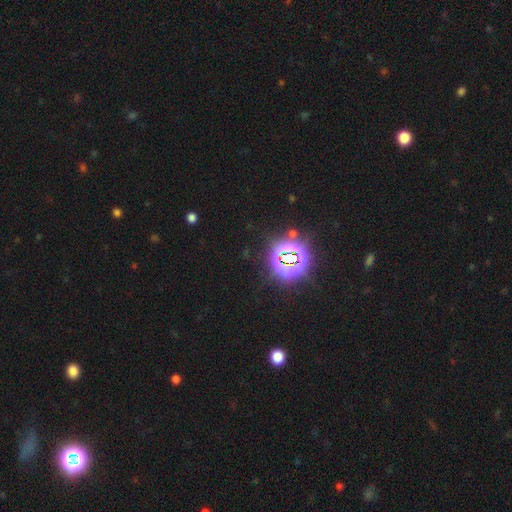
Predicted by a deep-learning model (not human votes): Smooth or featured? star or artifact (84%)